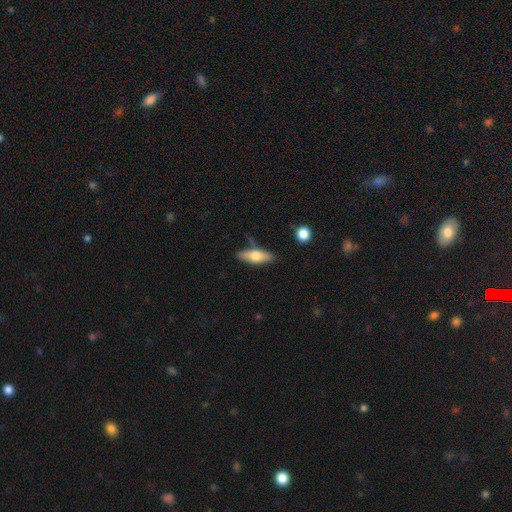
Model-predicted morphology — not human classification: This is likely a smooth galaxy (61%). How rounded: possibly in between (57%). Merging: likely none (74%).